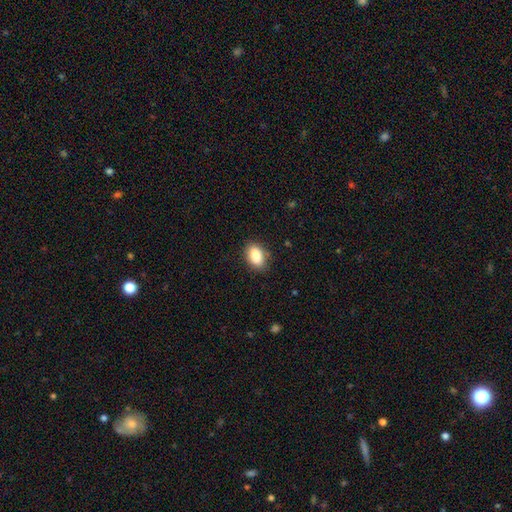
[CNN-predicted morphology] smooth-or-featured: smooth: 87% | star or artifact: 8% | featured or disk: 5%
  how-rounded: in between: 89% | round: 9% | cigar-shaped: 2%
  merging: none: 84% | minor disturbance: 12% | major disturbance: 3% | merger: 1%